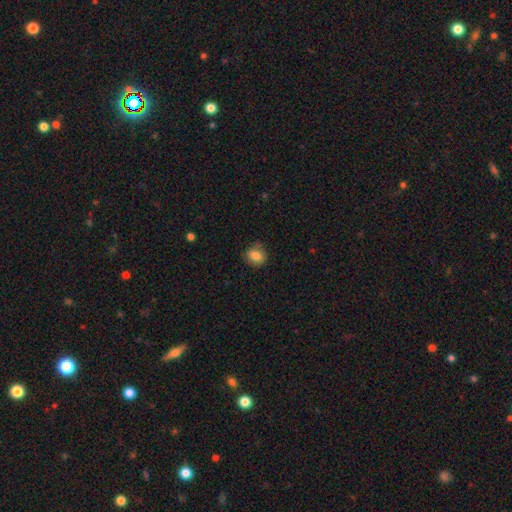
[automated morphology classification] smooth_or_featured: smooth (p=0.82) [alt: star or artifact p=0.10]
how_rounded: round (p=0.67) [alt: in between p=0.32]
merging: none (p=0.76) [alt: minor disturbance p=0.18]